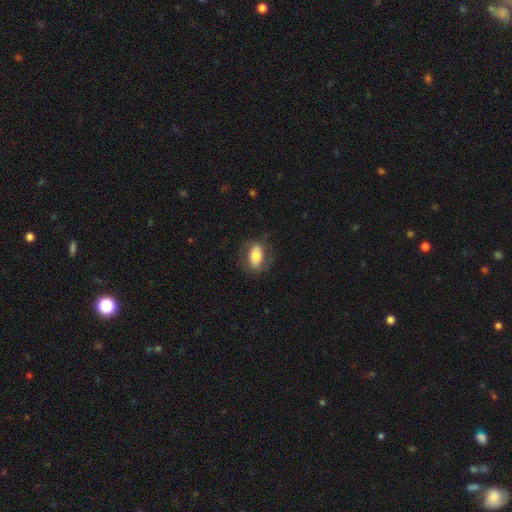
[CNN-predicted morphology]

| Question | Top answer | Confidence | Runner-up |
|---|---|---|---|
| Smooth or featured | smooth | 66% | featured or disk (27%) |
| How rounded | in between | 85% | round (10%) |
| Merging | none | 75% | minor disturbance (16%) |